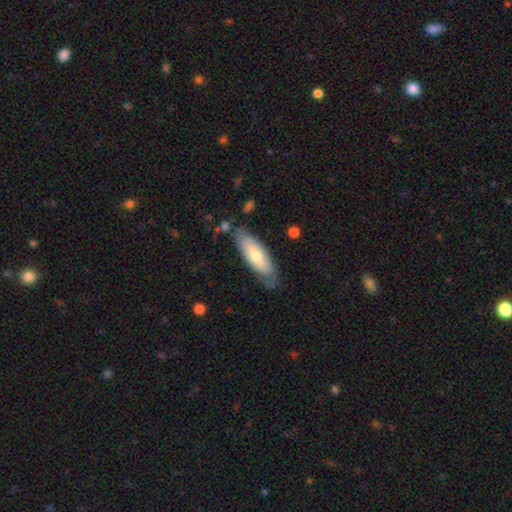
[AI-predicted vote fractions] smooth_or_featured: smooth (p=0.62) [alt: featured or disk p=0.33]
how_rounded: in between (p=0.58) [alt: cigar-shaped p=0.41]
merging: none (p=0.72) [alt: minor disturbance p=0.21]